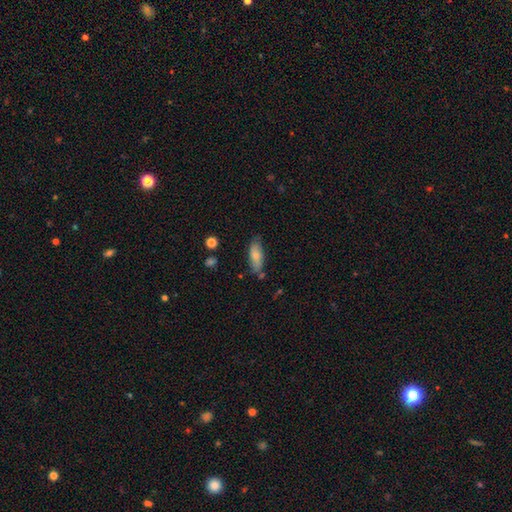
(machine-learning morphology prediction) type=smooth (76%); roundness=in between (70%); merging=none (70%).